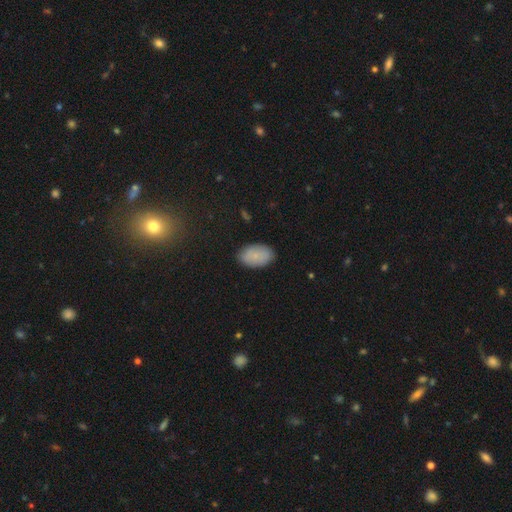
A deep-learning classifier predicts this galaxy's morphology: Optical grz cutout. It shows a smooth galaxy with no disk features (80%) that is in between round and cigar-shaped (93%). Merging: none (86%).